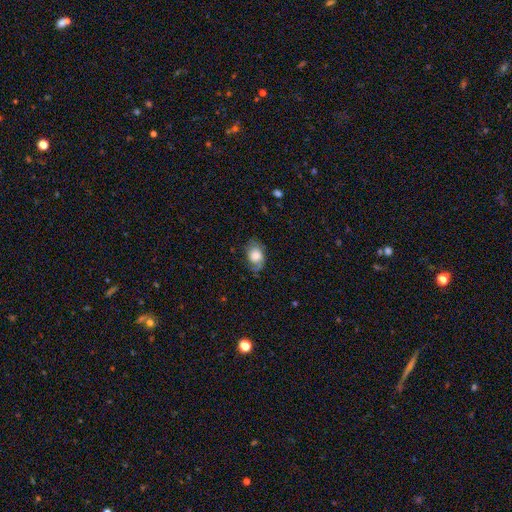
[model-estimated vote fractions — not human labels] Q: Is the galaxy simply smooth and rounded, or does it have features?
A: smooth — 63%.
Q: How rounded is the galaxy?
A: in between — 72%.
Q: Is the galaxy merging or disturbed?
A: none — 60%.